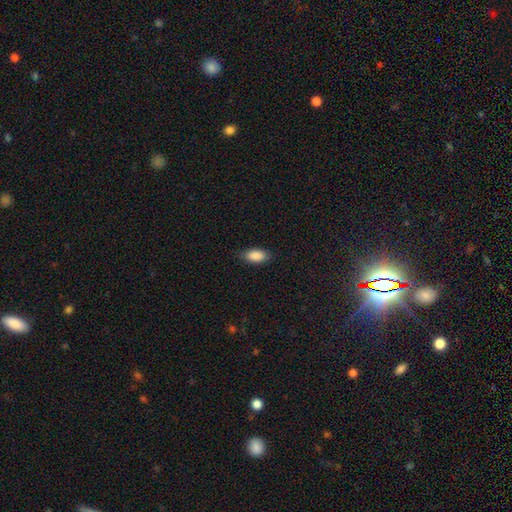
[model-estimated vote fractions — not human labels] Smooth or featured? Predicted: smooth (p=0.89). How rounded? Predicted: in between (p=0.91). Merging? Predicted: none (p=0.83).